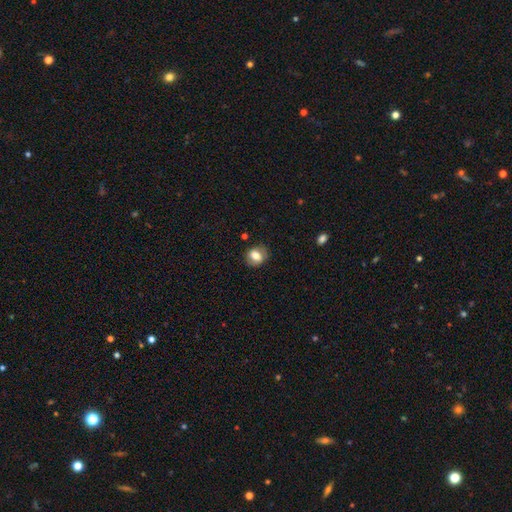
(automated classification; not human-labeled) The model was most divided on "how rounded": round: 51%, in between: 48%, cigar-shaped: 1%. More confident: merging — none (78%); smooth or featured — smooth (65%).